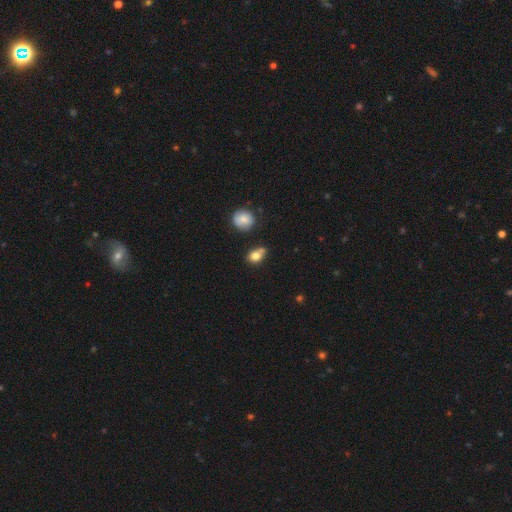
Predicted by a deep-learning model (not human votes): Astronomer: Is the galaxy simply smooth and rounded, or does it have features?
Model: smooth — 79%.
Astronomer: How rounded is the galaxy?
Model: in between — 56% (runner-up: round, 42%).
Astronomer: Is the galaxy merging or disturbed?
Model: none — 50%.